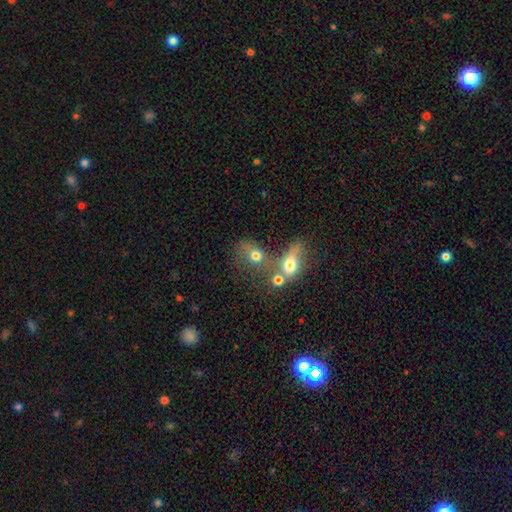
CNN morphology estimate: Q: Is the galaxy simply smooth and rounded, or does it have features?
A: smooth — 67%.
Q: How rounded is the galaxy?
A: round — 52%.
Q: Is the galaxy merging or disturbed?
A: merger — 56%.